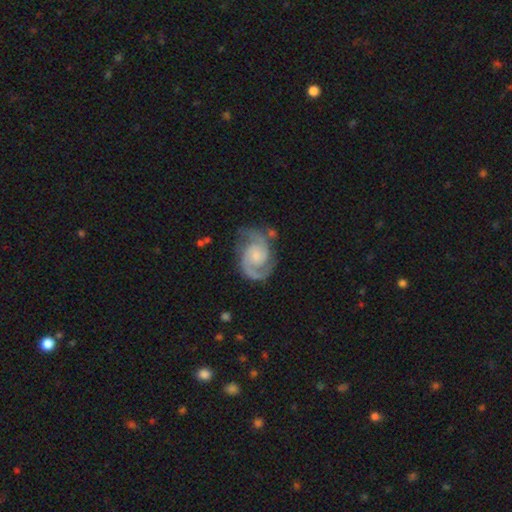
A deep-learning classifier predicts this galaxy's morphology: smooth-or-featured: featured or disk: 91% | smooth: 5% | star or artifact: 4%
  disk-edge-on: no: 98% | yes: 2%
    bar: no: 63% | weak: 31% | strong: 6%
    has-spiral-arms: yes: 98% | no: 2%
      spiral-winding: medium: 55% | tight: 32% | loose: 13%
      spiral-arm-count: 2: 93% | can't tell: 2% | 3: 2% | 1: 2% | 4: 1% | more than 4: 1%
    bulge-size: small: 44% | moderate: 32% | none: 16% | large: 7% | dominant: 2%
  merging: none: 74% | minor disturbance: 17% | major disturbance: 7% | merger: 2%